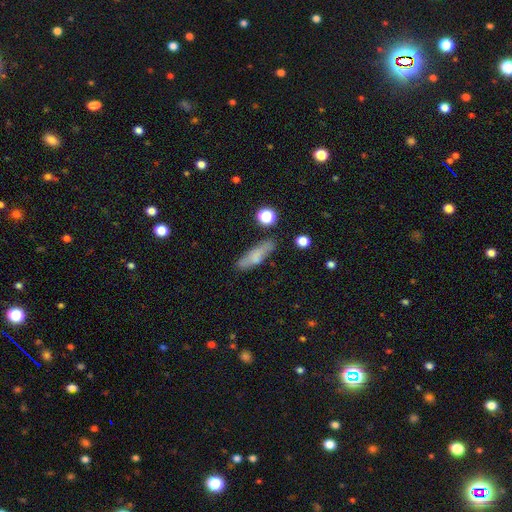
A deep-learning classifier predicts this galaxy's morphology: A smooth galaxy with no disk features (69%) that is cigar-shaped (62%). Merging: none (73%).